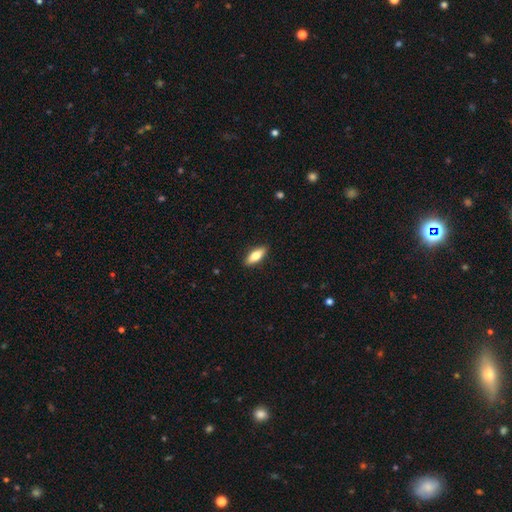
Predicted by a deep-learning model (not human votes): smooth-or-featured: smooth: 72% | featured or disk: 22% | star or artifact: 6%
  how-rounded: in between: 70% | cigar-shaped: 28% | round: 2%
  merging: none: 89% | minor disturbance: 8% | major disturbance: 2% | merger: 1%